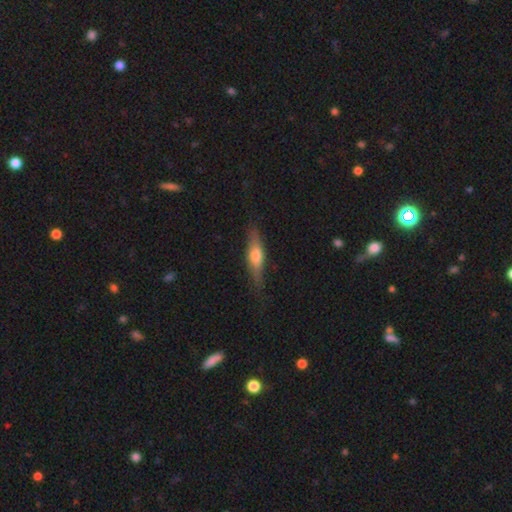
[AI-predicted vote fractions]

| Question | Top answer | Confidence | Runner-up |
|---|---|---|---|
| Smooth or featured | smooth | 48% | featured or disk (45%) |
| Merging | none | 78% | minor disturbance (17%) |